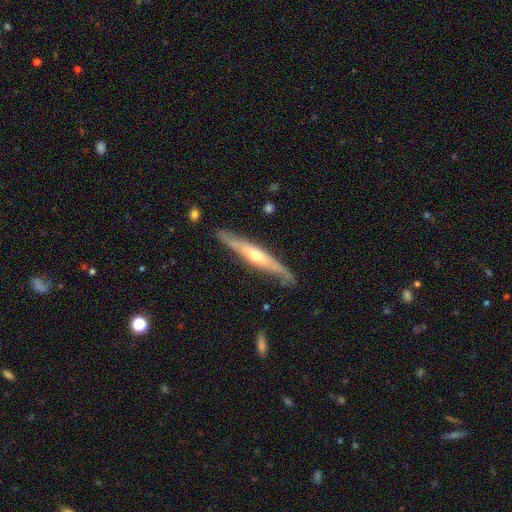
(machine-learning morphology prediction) This appears to be a featured or disk galaxy (69%) viewed edge-on (84%) with a rounded central bulge (76%). Merging: none (79%).